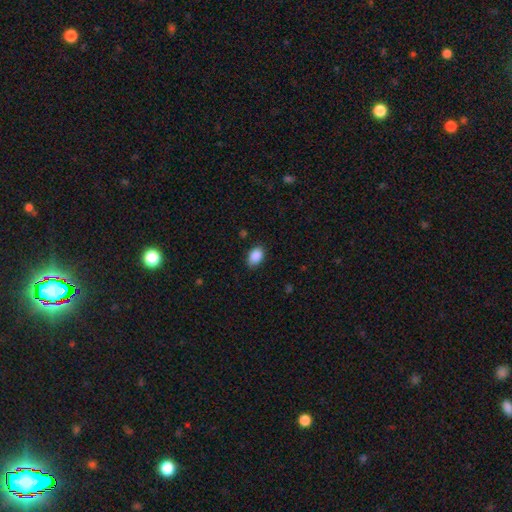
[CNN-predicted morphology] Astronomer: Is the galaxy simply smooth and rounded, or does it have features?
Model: smooth — 89%.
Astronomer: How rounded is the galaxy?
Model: in between — 85%.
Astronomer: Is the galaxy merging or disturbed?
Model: none — 83%.